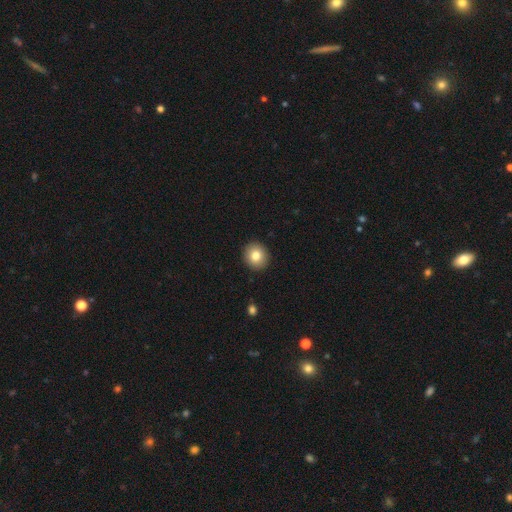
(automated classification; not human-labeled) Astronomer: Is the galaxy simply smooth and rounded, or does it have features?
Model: smooth — 81%.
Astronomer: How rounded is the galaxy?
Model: round — 85%.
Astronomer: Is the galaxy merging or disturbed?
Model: none — 92%.